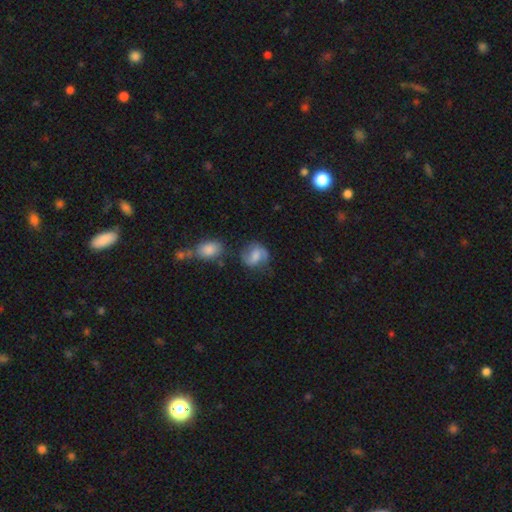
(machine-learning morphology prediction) featured or disk 57%, smooth 35%, star or artifact 8%. Down the decision tree: edge-on disk — no (97%); bar — weak (49%); spiral arms — yes (89%); bulge size — moderate (37%); merging — none (62%).